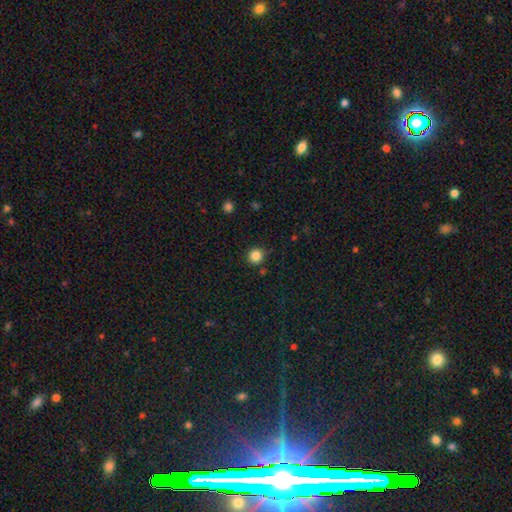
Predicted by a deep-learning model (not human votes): A smooth galaxy with no disk features (85%) that is round (93%).

Vote fractions:
- Smooth or featured? smooth: 85% / star or artifact: 12% / featured or disk: 4%
- How rounded? round: 93% / in between: 6% / cigar-shaped: 1%
- Merging? none: 89% / minor disturbance: 7% / merger: 2% / major disturbance: 2%